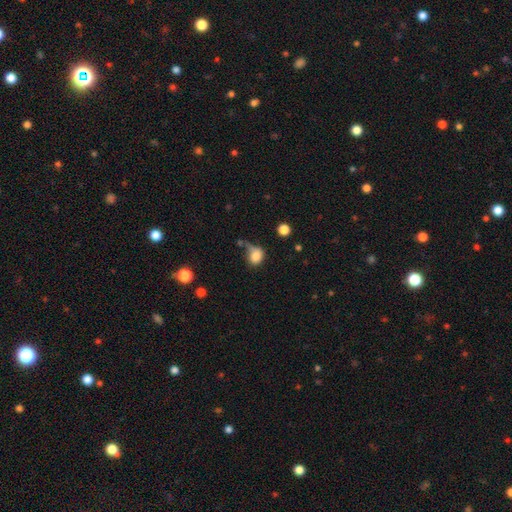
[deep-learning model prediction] smooth_or_featured: smooth (p=0.80) [alt: featured or disk p=0.10]
how_rounded: round (p=0.54) [alt: in between p=0.44]
merging: none (p=0.34) [alt: minor disturbance p=0.27]